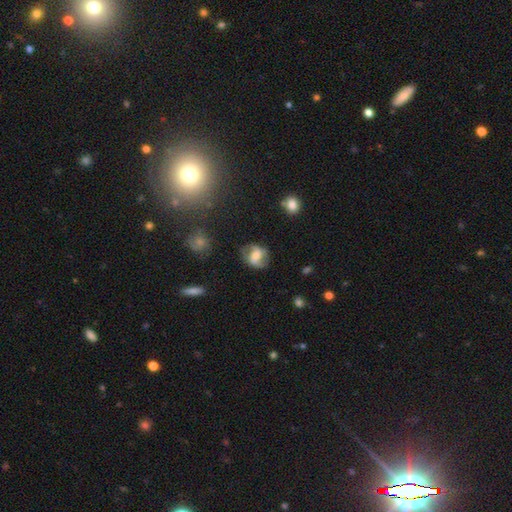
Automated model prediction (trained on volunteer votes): This is likely a featured or disk galaxy (69%). It is clearly not viewed edge-on (97%). Bar: possibly weak (46%). Spiral arm pattern: clearly yes (90%). Spiral arm count: clearly 2 (88%). Spiral winding: marginally medium (44%). Central bulge: possibly moderate (46%). Merging: likely none (74%).